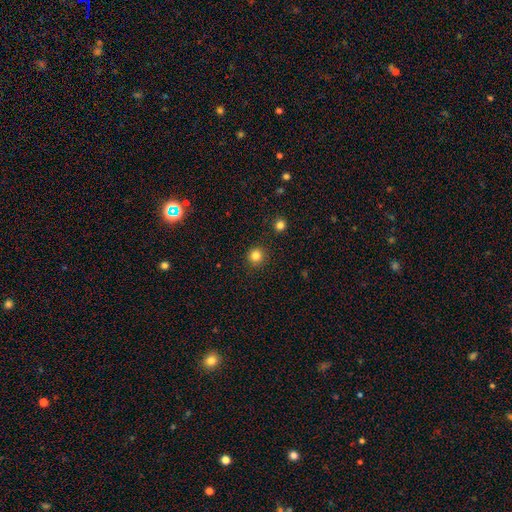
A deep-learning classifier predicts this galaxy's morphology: smooth 82%, star or artifact 13%, featured or disk 5%. Down the decision tree: how rounded — round (94%); merging — none (91%).